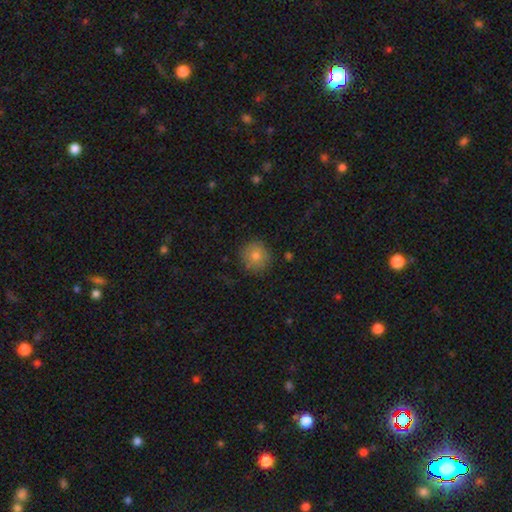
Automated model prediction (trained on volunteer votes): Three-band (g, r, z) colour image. It shows a smooth galaxy with no disk features (77%) that is round (93%). Merging: none (87%).